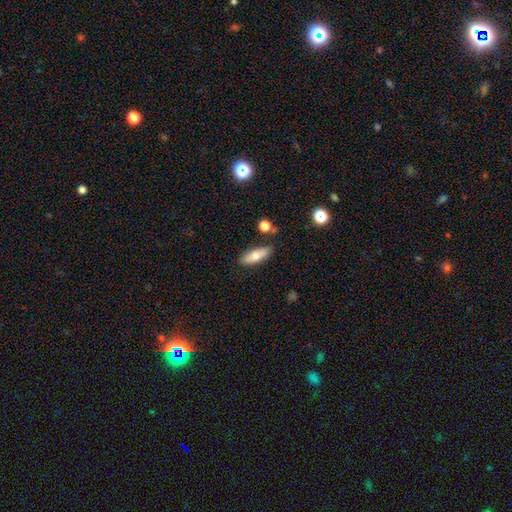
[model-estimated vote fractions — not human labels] Smooth or featured: smooth — 68% (featured or disk — 25%)
How rounded: in between — 60% (cigar-shaped — 37%)
Merging: none — 82% (minor disturbance — 12%)